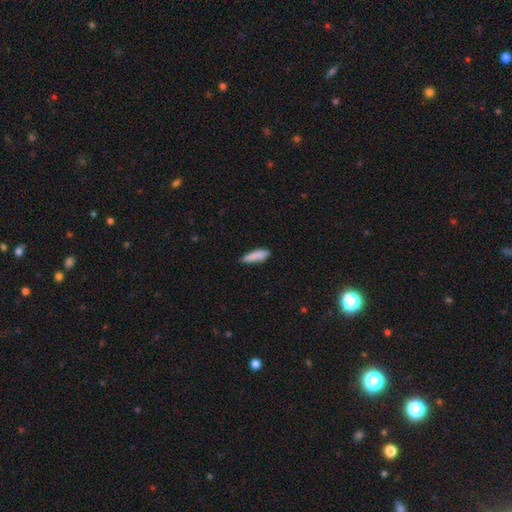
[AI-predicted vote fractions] smooth 88%, star or artifact 6%, featured or disk 6%. Down the decision tree: how rounded — cigar-shaped (56%); merging — none (77%).